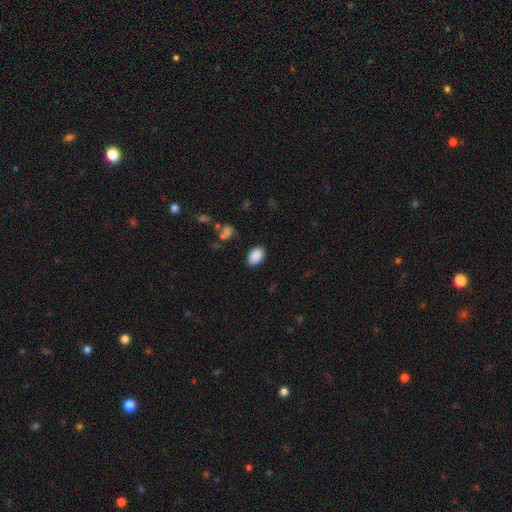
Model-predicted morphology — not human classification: smooth_or_featured: smooth (p=0.89) [alt: star or artifact p=0.08]
how_rounded: in between (p=0.90) [alt: round p=0.09]
merging: none (p=0.87) [alt: minor disturbance p=0.09]